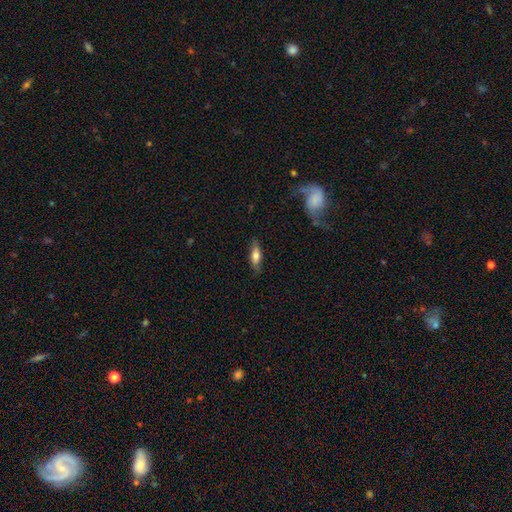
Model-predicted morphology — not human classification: Smooth or featured? Predicted: smooth (p=0.70). How rounded? Predicted: in between (p=0.61). Merging? Predicted: none (p=0.81).